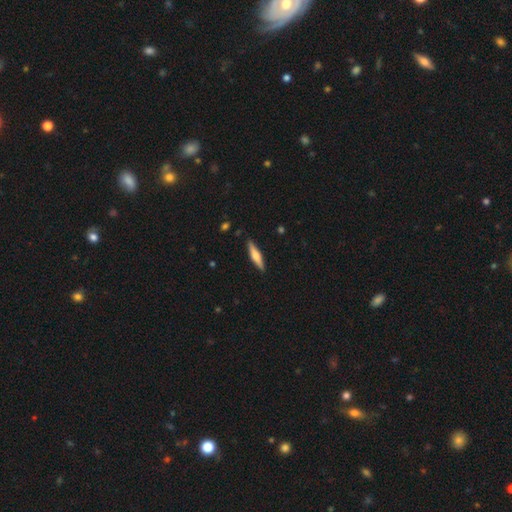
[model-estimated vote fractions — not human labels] Smooth or featured? featured or disk (49%)
Merging? none (89%)